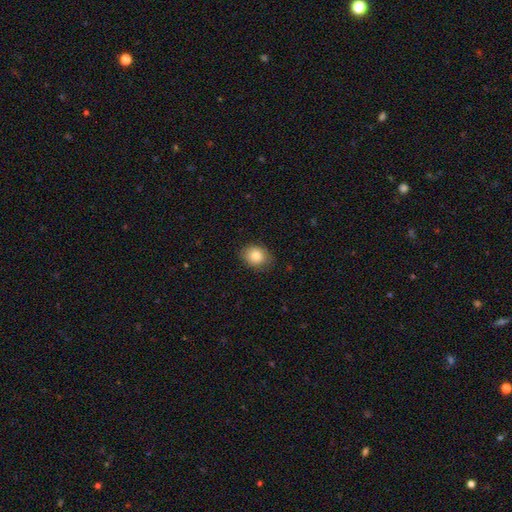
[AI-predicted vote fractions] The model was most divided on "how rounded": round: 54%, in between: 45%, cigar-shaped: 1%. More confident: smooth or featured — smooth (84%); merging — none (83%).